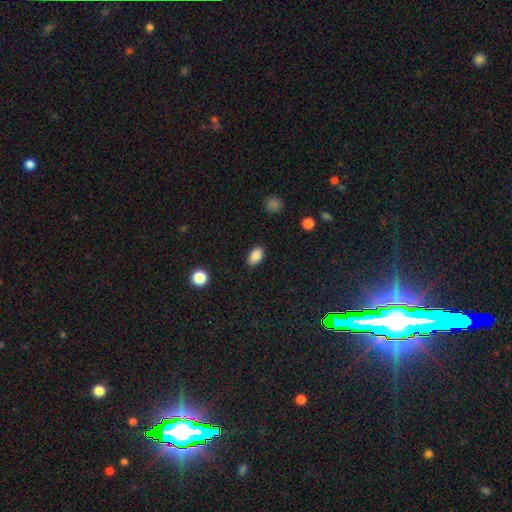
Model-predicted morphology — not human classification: Smooth or featured? smooth (87%)
How rounded? in between (90%)
Merging? none (87%)